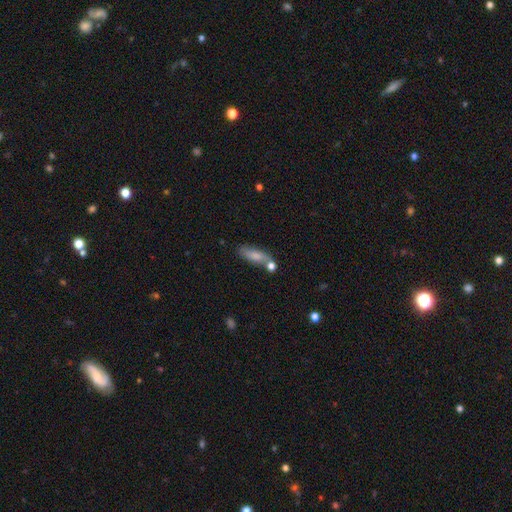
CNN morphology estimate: smooth-or-featured: smooth: 72% | featured or disk: 20% | star or artifact: 7%
  how-rounded: in between: 48% (tied) | cigar-shaped: 48% (tied) | round: 3%
  merging: none: 61% | minor disturbance: 17% | merger: 17% | major disturbance: 5%